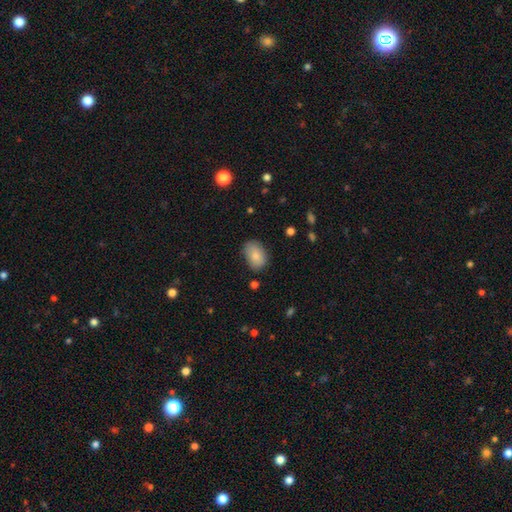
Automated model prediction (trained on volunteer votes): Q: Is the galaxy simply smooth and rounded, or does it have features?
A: smooth — 83%.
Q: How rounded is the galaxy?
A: in between — 86%.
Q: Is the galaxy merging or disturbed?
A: none — 74%.